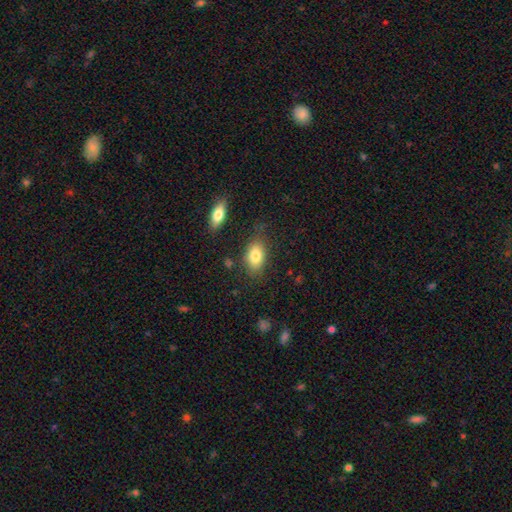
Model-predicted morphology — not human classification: The model was most divided on "merging": none: 76%, minor disturbance: 15%, major disturbance: 4%, merger: 4%. More confident: how rounded — in between (88%); smooth or featured — smooth (81%).